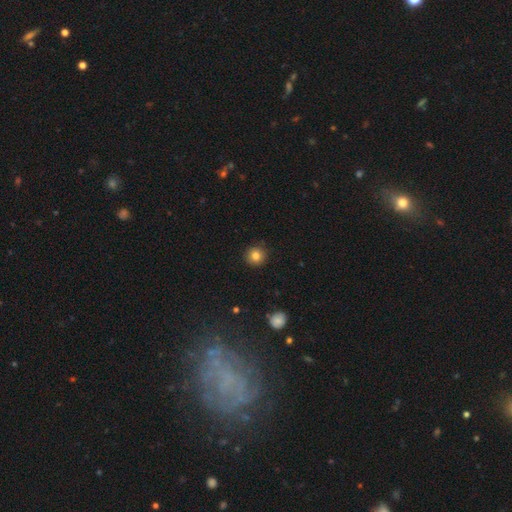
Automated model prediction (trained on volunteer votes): Smooth or featured? smooth (82%)
How rounded? round (94%)
Merging? none (92%)